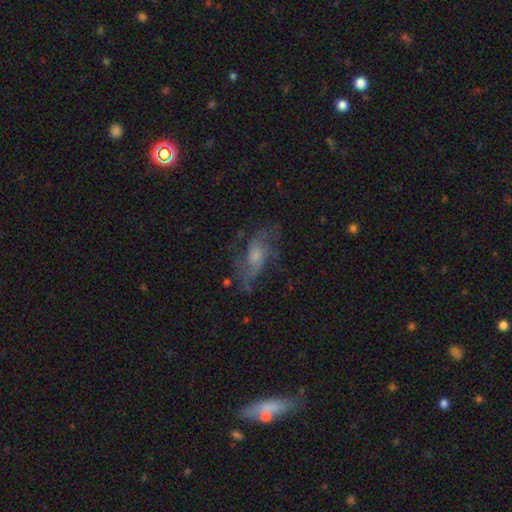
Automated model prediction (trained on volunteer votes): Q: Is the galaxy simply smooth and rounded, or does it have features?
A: featured or disk — 65%.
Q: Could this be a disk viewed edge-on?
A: no — 92%.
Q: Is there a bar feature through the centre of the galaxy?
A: no — 70%.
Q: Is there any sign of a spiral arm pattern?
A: yes — 79%.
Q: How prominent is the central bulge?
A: small — 50%.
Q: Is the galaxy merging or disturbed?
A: none — 55%.